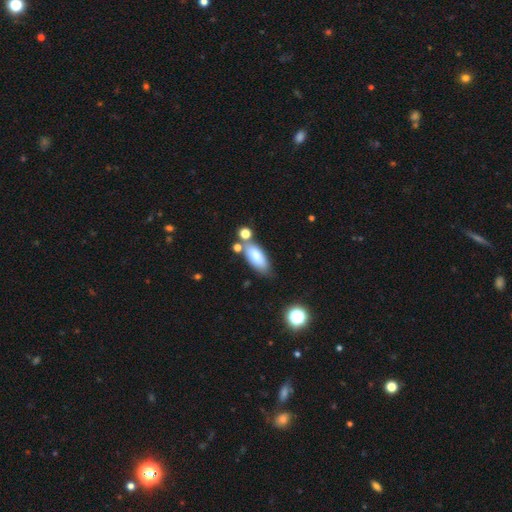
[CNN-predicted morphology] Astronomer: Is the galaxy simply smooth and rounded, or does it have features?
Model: smooth — 80%.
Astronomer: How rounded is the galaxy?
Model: in between — 80%.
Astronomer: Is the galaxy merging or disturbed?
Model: none — 64%.